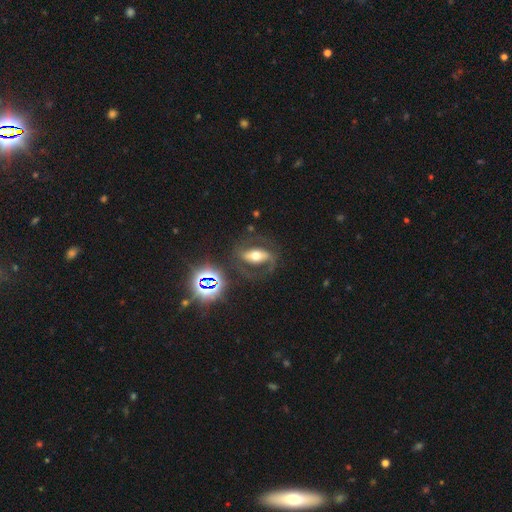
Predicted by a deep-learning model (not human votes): Smooth or featured? Predicted: featured or disk (p=0.64). Edge-on disk? Predicted: no (p=0.86). Bar? Predicted: strong (p=0.54). Spiral arms? Predicted: yes (p=0.67). Bulge size? Predicted: moderate (p=0.67). Merging? Predicted: none (p=0.69).